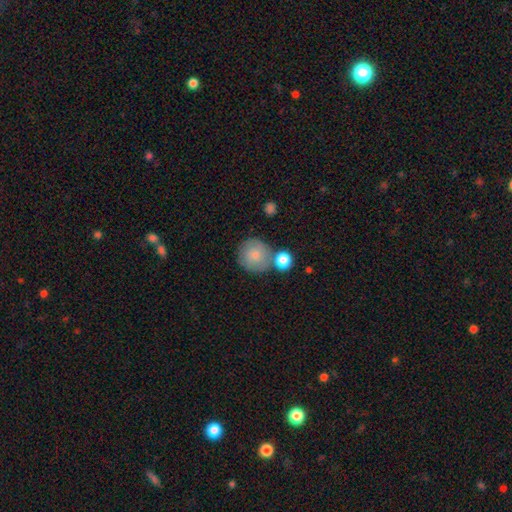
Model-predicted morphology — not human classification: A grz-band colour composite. It shows a smooth galaxy with no disk features (79%) that is round (92%). Merging: none (63%).